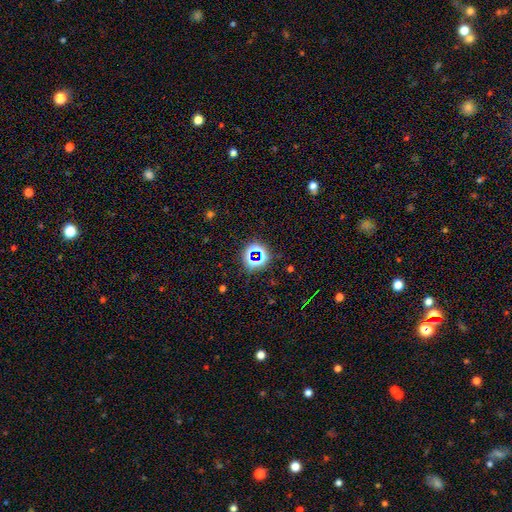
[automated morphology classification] Smooth or featured: star or artifact — 68% (smooth — 23%)